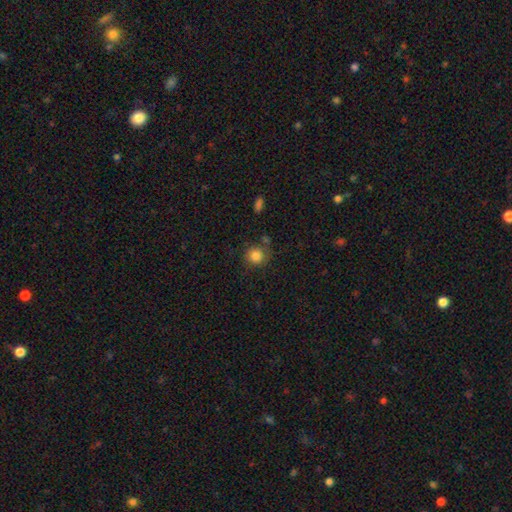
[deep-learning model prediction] Q: Smooth or featured?
A: smooth (85%); runner-up: star or artifact (10%)
Q: How rounded?
A: round (90%); runner-up: in between (9%)
Q: Merging?
A: none (77%); runner-up: minor disturbance (13%)